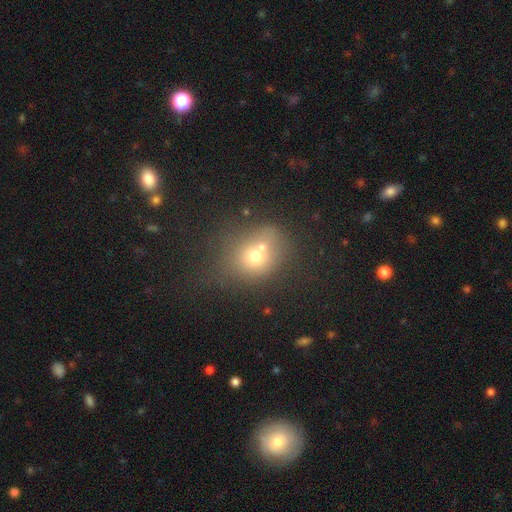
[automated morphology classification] Q: Smooth or featured?
A: smooth (65%); runner-up: featured or disk (20%)
Q: How rounded?
A: round (66%); runner-up: in between (33%)
Q: Merging?
A: merger (48%); runner-up: none (33%)